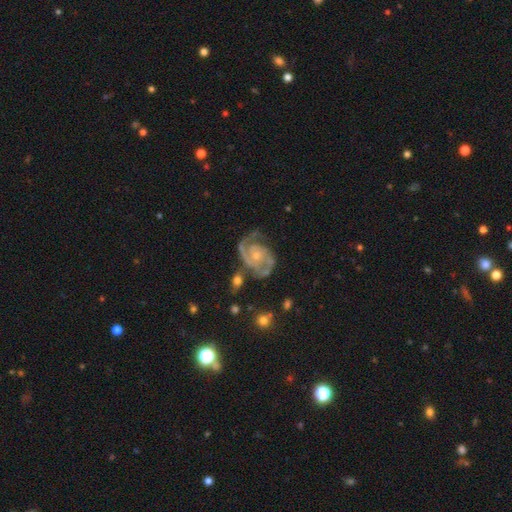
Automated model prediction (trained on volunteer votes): Smooth or featured: featured or disk — 89% (smooth — 6%)
Edge-on disk: no — 98% (yes — 2%)
Bar: no — 70% (weak — 25%)
Spiral arms: yes — 97% (no — 3%)
Spiral winding: tight — 45% (medium — 44%)
Spiral arm count: 2 — 74% (3 — 8%)
Bulge size: small — 57% (moderate — 35%)
Merging: none — 58% (minor disturbance — 21%)